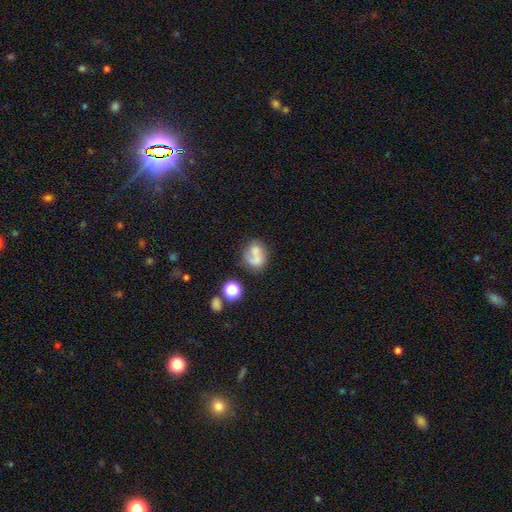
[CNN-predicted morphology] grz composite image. It shows a smooth galaxy with no disk features (57%) that is round (51%). Merging: none (36%).